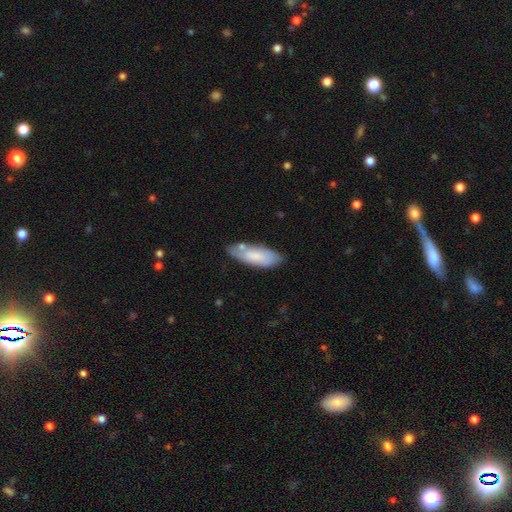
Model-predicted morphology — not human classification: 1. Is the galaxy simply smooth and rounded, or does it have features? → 75% smooth, 19% featured or disk, 6% star or artifact.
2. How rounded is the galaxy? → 64% in between, 35% cigar-shaped, 1% round.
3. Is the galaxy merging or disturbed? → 70% none, 20% minor disturbance, 7% merger, 4% major disturbance.